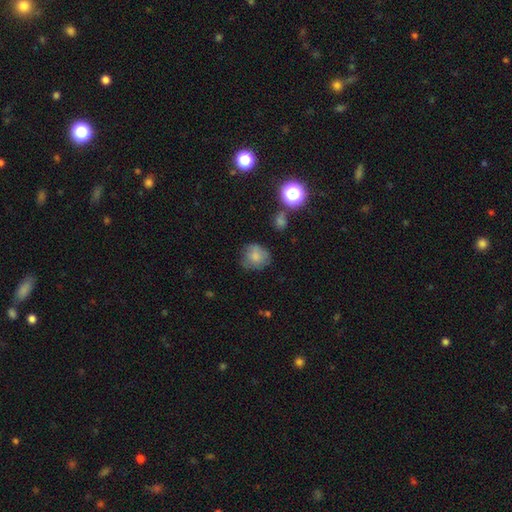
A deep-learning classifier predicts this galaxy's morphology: Smooth or featured?
  - smooth: 76% *
  - featured or disk: 13%
  - star or artifact: 11%
How rounded?
  - round: 80% *
  - in between: 19%
  - cigar-shaped: 1%
Merging?
  - none: 65% *
  - minor disturbance: 24%
  - major disturbance: 8%
  - merger: 3%